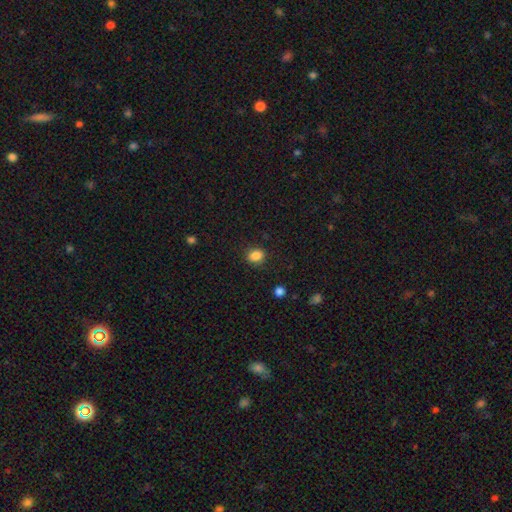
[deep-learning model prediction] smooth 86%, star or artifact 10%, featured or disk 4%. Down the decision tree: how rounded — round (54%); merging — none (87%).